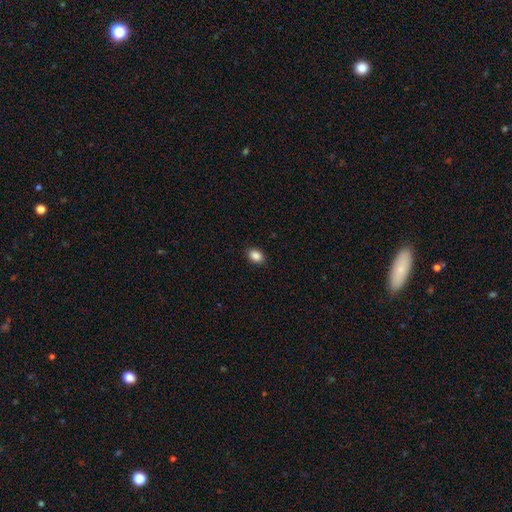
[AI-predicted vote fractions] Smooth or featured? Predicted: smooth (p=0.88). How rounded? Predicted: in between (p=0.76). Merging? Predicted: none (p=0.89).